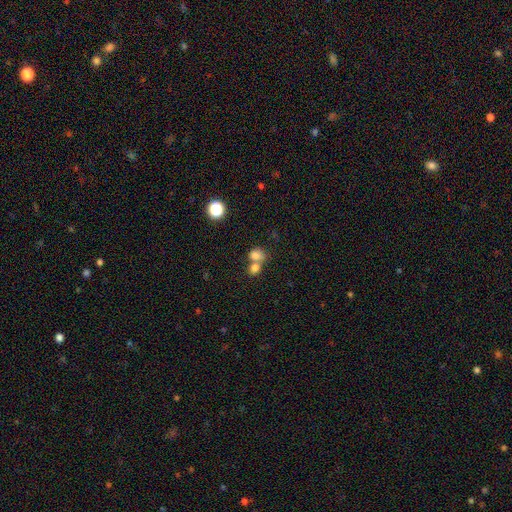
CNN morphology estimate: This is likely a smooth galaxy (79%). How rounded: possibly round (53%). Merging: possibly merger (57%).